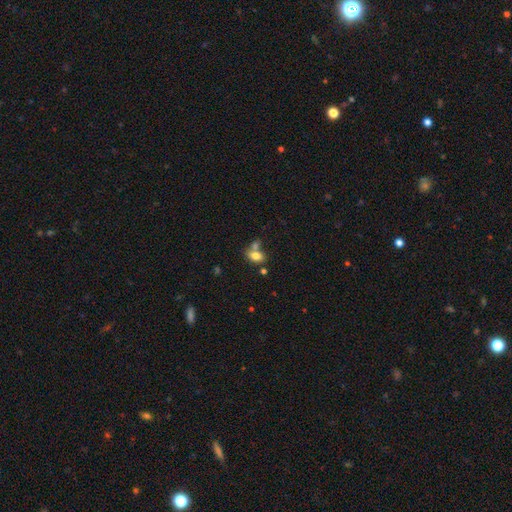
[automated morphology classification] Q: Smooth or featured?
A: smooth (78%); runner-up: featured or disk (13%)
Q: How rounded?
A: in between (86%); runner-up: round (11%)
Q: Merging?
A: none (45%); runner-up: merger (37%)